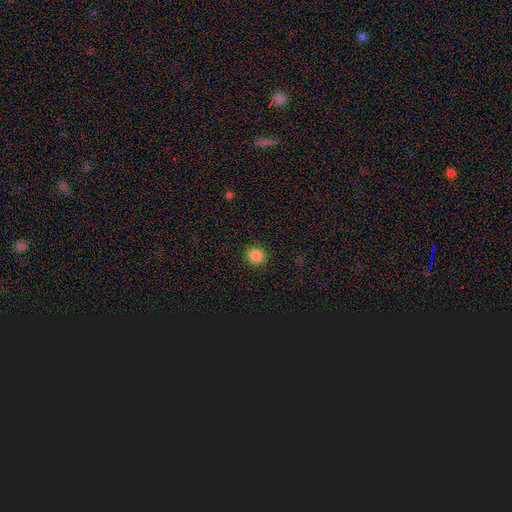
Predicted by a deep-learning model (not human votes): smooth-or-featured: smooth: 85% | star or artifact: 12% | featured or disk: 3%
  how-rounded: round: 88% | in between: 11% | cigar-shaped: 1%
  merging: none: 91% | minor disturbance: 6% | major disturbance: 2% | merger: 1%